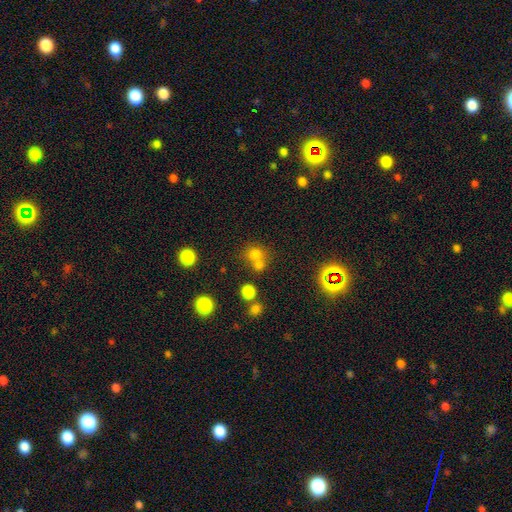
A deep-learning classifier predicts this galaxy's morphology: smooth_or_featured: smooth (p=0.71) [alt: star or artifact p=0.19]
how_rounded: round (p=0.84) [alt: in between p=0.15]
merging: none (p=0.50) [alt: merger p=0.39]